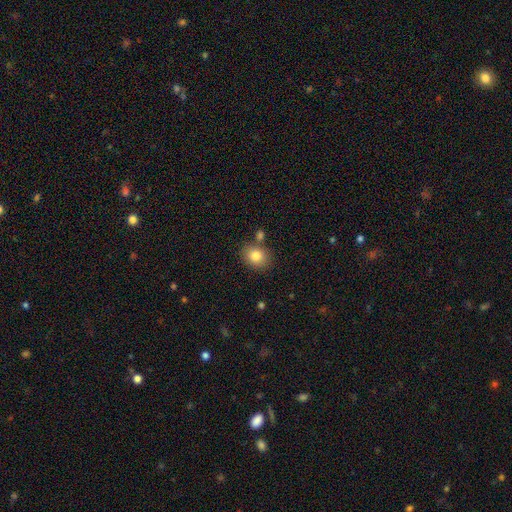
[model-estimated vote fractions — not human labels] This is clearly a smooth galaxy (82%). How rounded: possibly round (57%). Merging: likely none (75%).